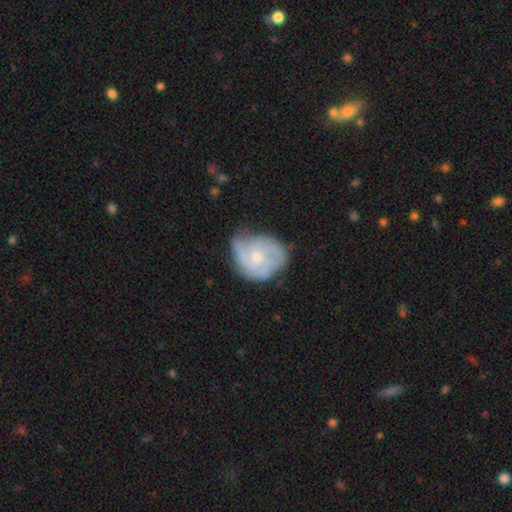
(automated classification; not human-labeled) Morphology: type=featured or disk (62%); edge-on=no (97%); bar=no (79%); spiral arms=yes (75%); bulge=small (48%); merging=none (47%).